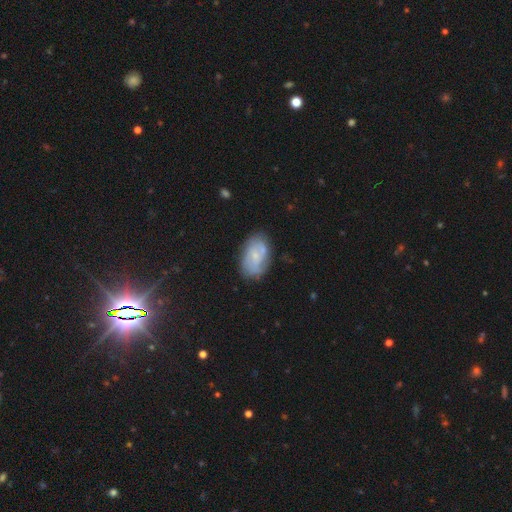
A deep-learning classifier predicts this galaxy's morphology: Q: Smooth or featured?
A: featured or disk (53%); runner-up: smooth (40%)
Q: Edge-on disk?
A: no (96%); runner-up: yes (4%)
Q: Bar?
A: no (64%); runner-up: weak (31%)
Q: Spiral arms?
A: yes (71%); runner-up: no (29%)
Q: Bulge size?
A: small (71%); runner-up: moderate (19%)
Q: Merging?
A: none (71%); runner-up: minor disturbance (19%)